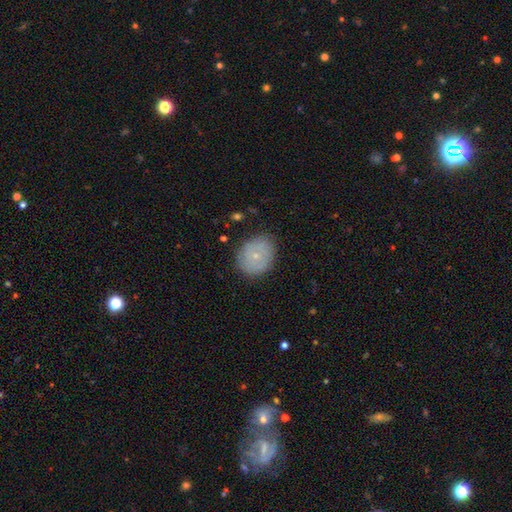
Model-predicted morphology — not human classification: This is likely a smooth galaxy (61%). How rounded: likely round (61%). Merging: likely none (79%).